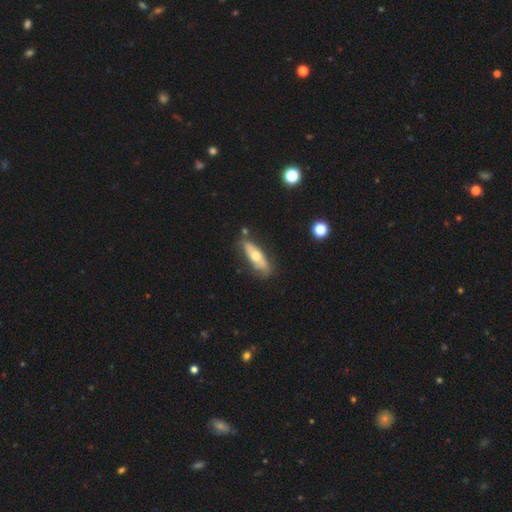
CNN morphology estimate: Smooth or featured? smooth (50%)
How rounded? in between (53%)
Merging? none (69%)